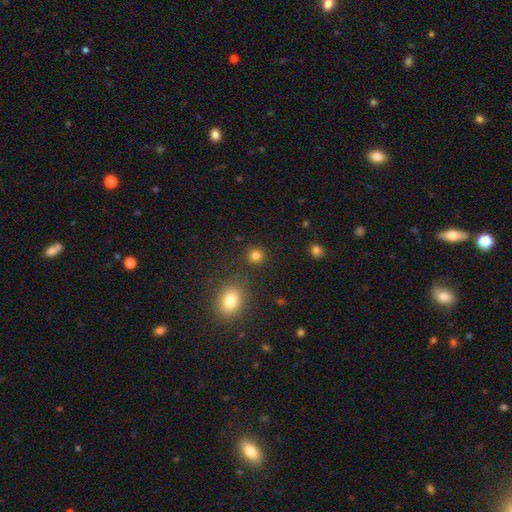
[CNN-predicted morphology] smooth-or-featured: smooth: 81% | star or artifact: 14% | featured or disk: 5%
  how-rounded: round: 88% | in between: 11% | cigar-shaped: 1%
  merging: none: 85% | minor disturbance: 8% | merger: 4% | major disturbance: 3%